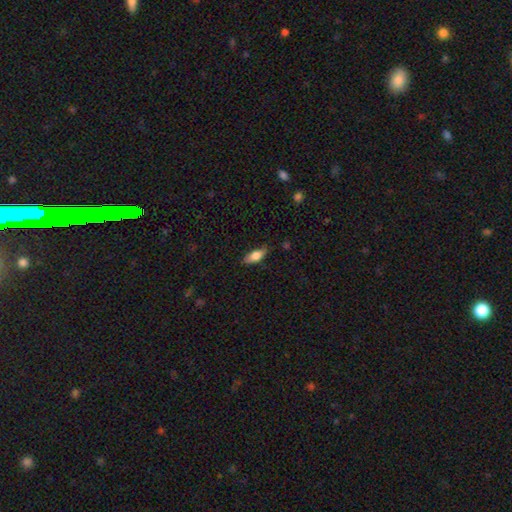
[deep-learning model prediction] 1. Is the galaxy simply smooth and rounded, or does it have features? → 71% smooth, 22% featured or disk, 7% star or artifact.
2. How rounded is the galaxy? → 73% in between, 24% cigar-shaped, 3% round.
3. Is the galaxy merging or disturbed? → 79% none, 17% minor disturbance, 3% major disturbance, 1% merger.